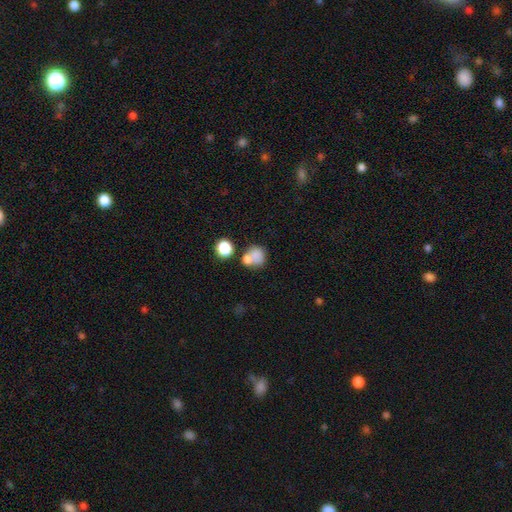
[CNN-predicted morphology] A smooth galaxy with no disk features (77%) that is round (76%).

Vote fractions:
- Smooth or featured? smooth: 77% / star or artifact: 12% / featured or disk: 12%
- How rounded? round: 76% / in between: 23% / cigar-shaped: 1%
- Merging? none: 44% / merger: 38% / minor disturbance: 12% / major disturbance: 6%